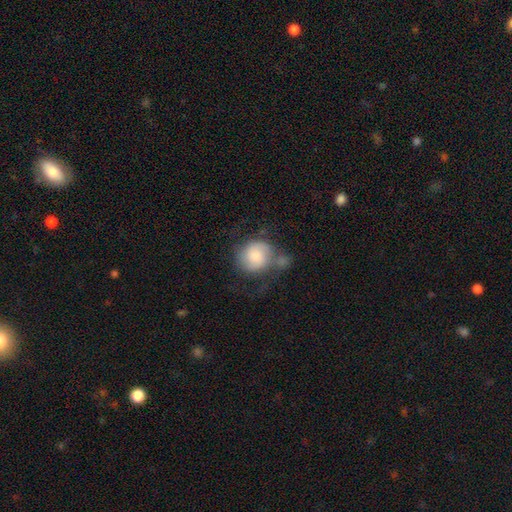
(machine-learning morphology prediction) The model was most divided on "merging": none: 33%, merger: 25%, minor disturbance: 22%, major disturbance: 20%. More confident: how rounded — round (81%); smooth or featured — smooth (64%).